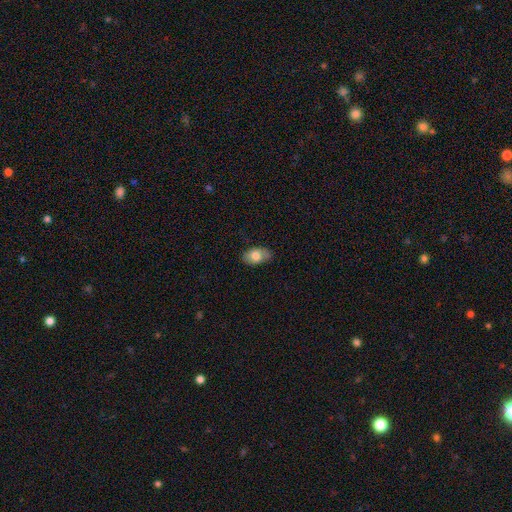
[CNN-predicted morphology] A smooth galaxy with no disk features (75%) that is in between round and cigar-shaped (91%). Merging: none (79%).